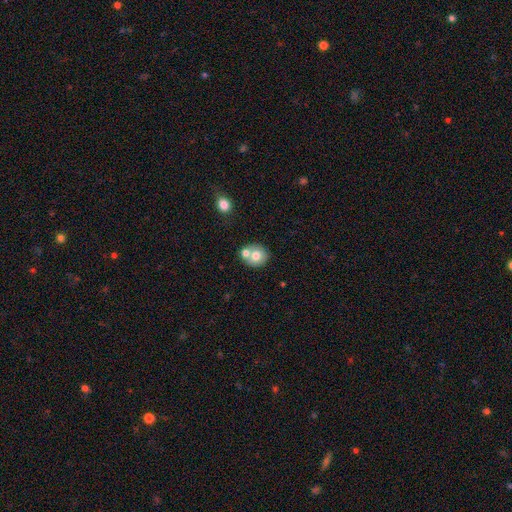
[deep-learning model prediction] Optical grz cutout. It shows a smooth galaxy with no disk features (70%) that is round (80%). Merging: none (51%).